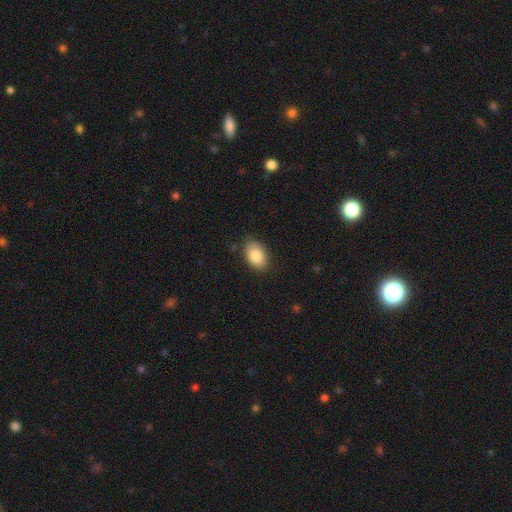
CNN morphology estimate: smooth-or-featured: smooth: 86% | star or artifact: 7% | featured or disk: 7%
  how-rounded: in between: 90% | round: 9% | cigar-shaped: 1%
  merging: none: 82% | minor disturbance: 14% | major disturbance: 3% | merger: 1%